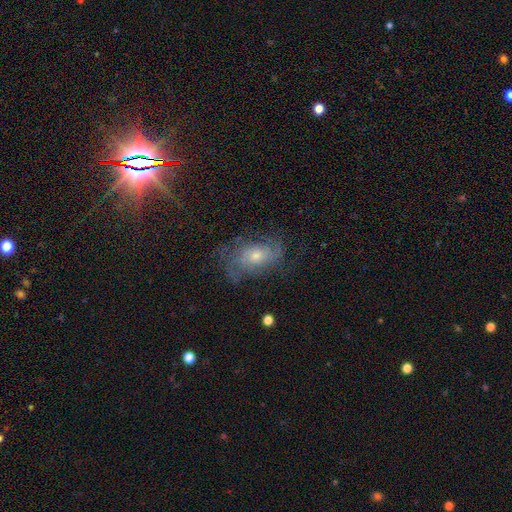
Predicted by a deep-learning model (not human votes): Smooth or featured: featured or disk — 62% (smooth — 22%)
Edge-on disk: no — 94% (yes — 6%)
Bar: no — 78% (weak — 19%)
Spiral arms: yes — 80% (no — 20%)
Bulge size: moderate — 52% (small — 38%)
Merging: none — 61% (minor disturbance — 21%)